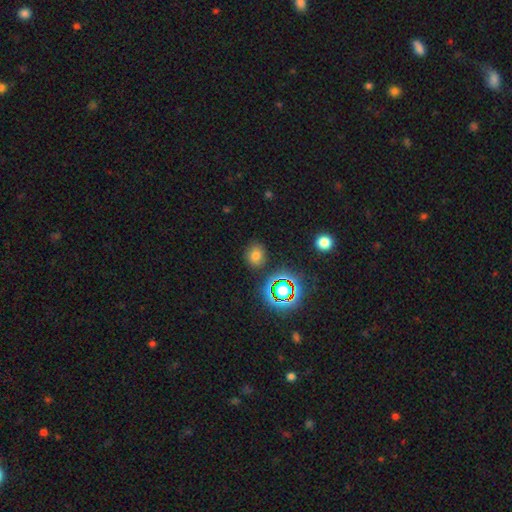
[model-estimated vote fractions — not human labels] Morphology: type=smooth (70%); roundness=round (63%); merging=none (84%).